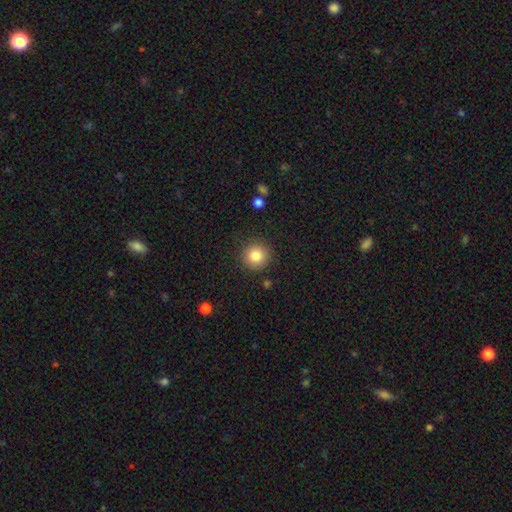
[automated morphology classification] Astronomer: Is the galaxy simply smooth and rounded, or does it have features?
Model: smooth — 83%.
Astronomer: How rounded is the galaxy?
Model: round — 94%.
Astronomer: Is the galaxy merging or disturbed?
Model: none — 89%.